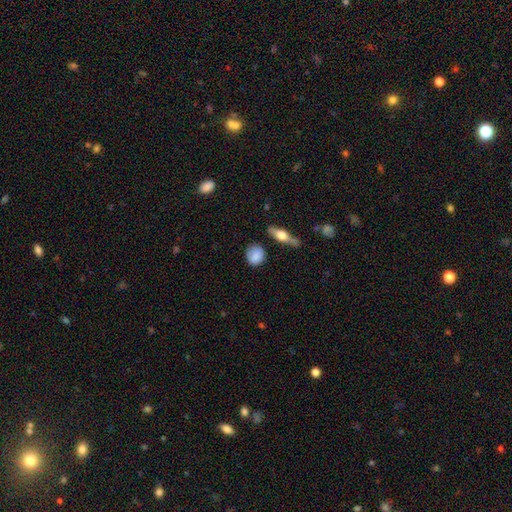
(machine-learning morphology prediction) A smooth galaxy with no disk features (80%) that is round (73%).

Vote fractions:
- Smooth or featured? smooth: 80% / featured or disk: 13% / star or artifact: 7%
- How rounded? round: 73% / in between: 24% / cigar-shaped: 3%
- Merging? none: 74% / minor disturbance: 19% / major disturbance: 4% / merger: 3%